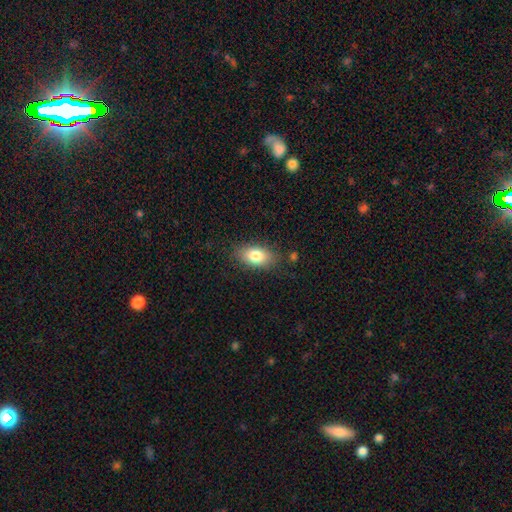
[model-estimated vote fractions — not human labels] Morphology: type=smooth (79%); roundness=in between (88%); merging=none (83%).